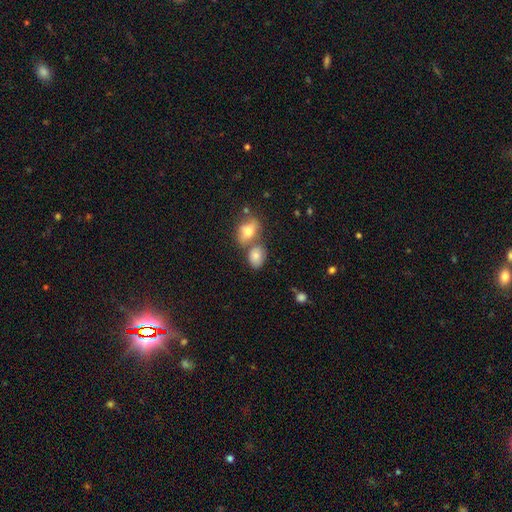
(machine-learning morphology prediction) Smooth or featured?
  - smooth: 79% *
  - featured or disk: 12%
  - star or artifact: 9%
How rounded?
  - in between: 72% *
  - round: 26%
  - cigar-shaped: 2%
Merging?
  - none: 48% *
  - merger: 36%
  - minor disturbance: 12%
  - major disturbance: 4%